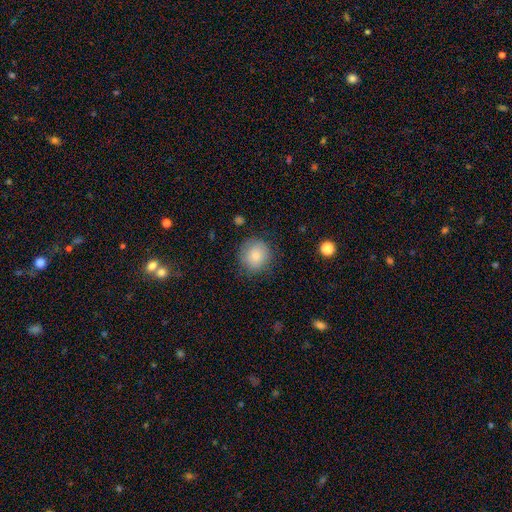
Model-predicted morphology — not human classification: This is clearly a smooth galaxy (83%). How rounded: clearly round (90%). Merging: clearly none (82%).